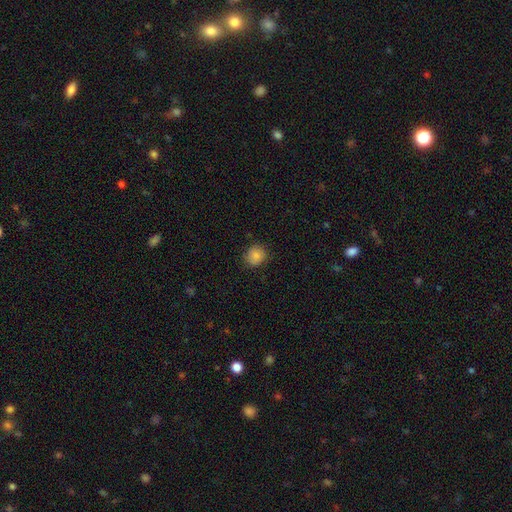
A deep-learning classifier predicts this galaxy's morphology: Smooth or featured?
  - smooth: 86% *
  - star or artifact: 9%
  - featured or disk: 5%
How rounded?
  - round: 81% *
  - in between: 18%
  - cigar-shaped: 1%
Merging?
  - none: 82% *
  - minor disturbance: 13%
  - major disturbance: 3%
  - merger: 1%